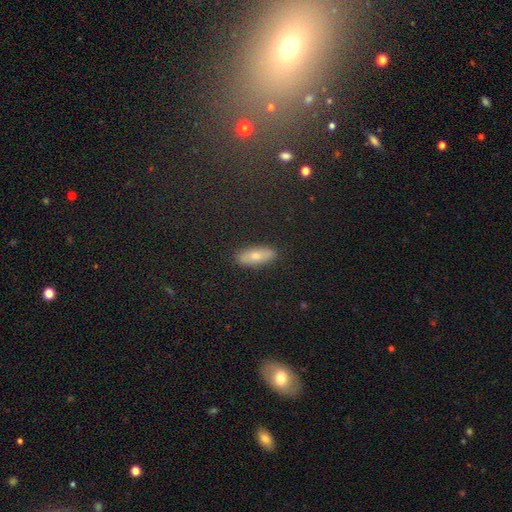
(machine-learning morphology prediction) Smooth or featured? Predicted: smooth (p=0.64). How rounded? Predicted: in between (p=0.62). Merging? Predicted: none (p=0.90).